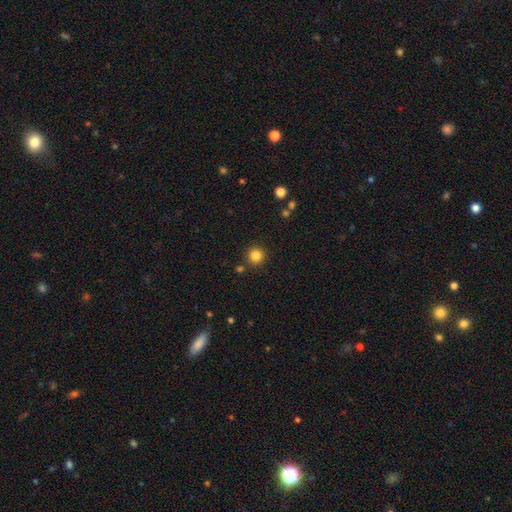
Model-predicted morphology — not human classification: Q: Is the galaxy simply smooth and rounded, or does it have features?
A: smooth — 84%.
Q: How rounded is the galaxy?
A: round — 95%.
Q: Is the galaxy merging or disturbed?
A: none — 89%.